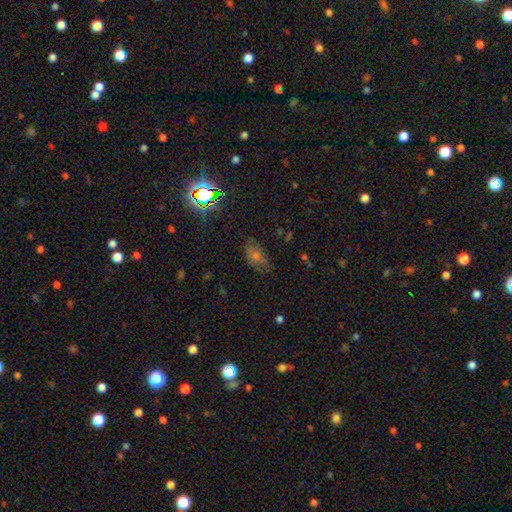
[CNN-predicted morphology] type=smooth (47%); merging=none (71%).